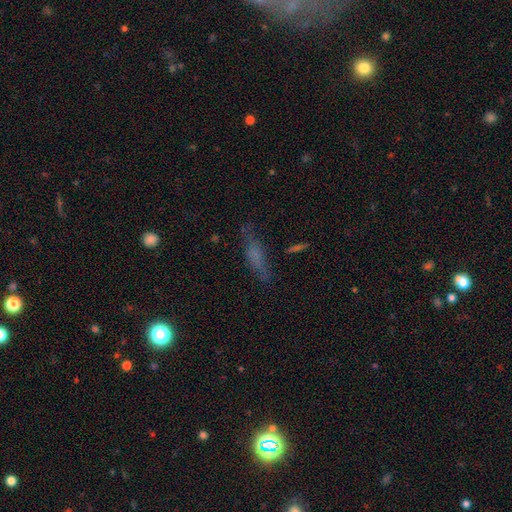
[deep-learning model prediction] smooth 50%, featured or disk 32%, star or artifact 18%. Down the decision tree: merging — none (72%).